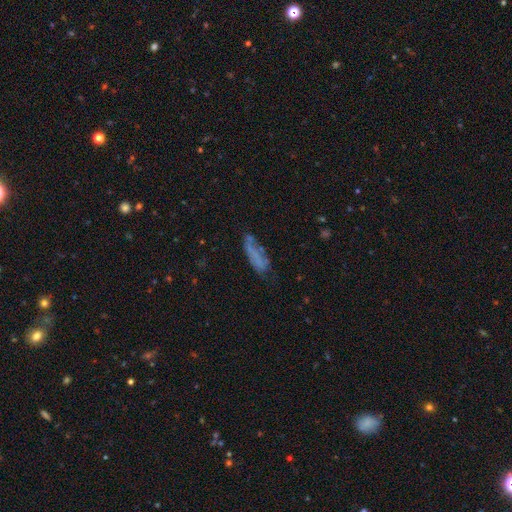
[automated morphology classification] Smooth or featured? Predicted: smooth (p=0.58). How rounded? Predicted: cigar-shaped (p=0.55). Merging? Predicted: none (p=0.48).